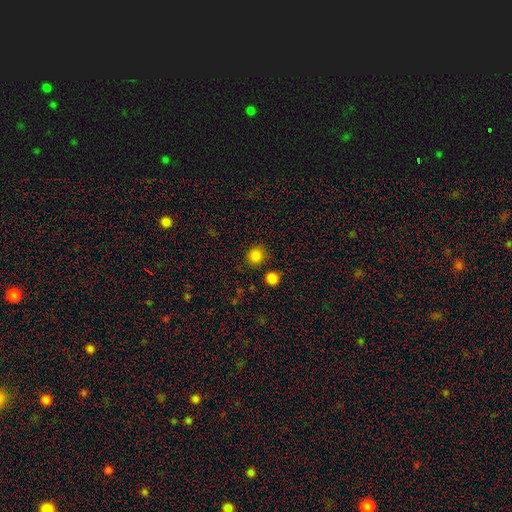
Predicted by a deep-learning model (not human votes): The model was most divided on "smooth or featured": smooth: 84%, star or artifact: 13%, featured or disk: 3%. More confident: how rounded — round (91%); merging — none (85%).